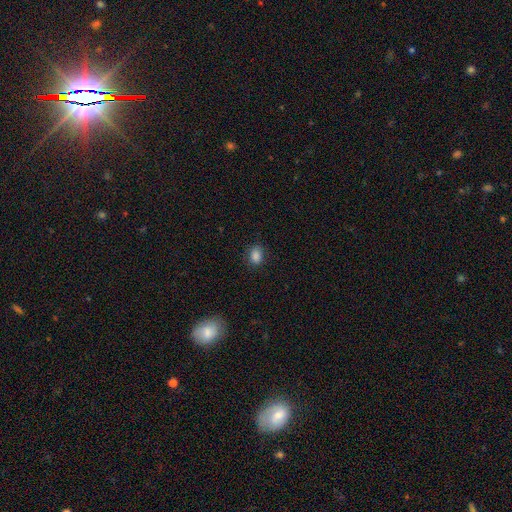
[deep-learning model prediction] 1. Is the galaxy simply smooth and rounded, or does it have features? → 86% smooth, 11% star or artifact, 3% featured or disk.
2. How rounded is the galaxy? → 71% in between, 28% round, 1% cigar-shaped.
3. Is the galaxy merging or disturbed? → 84% none, 12% minor disturbance, 3% major disturbance, 1% merger.